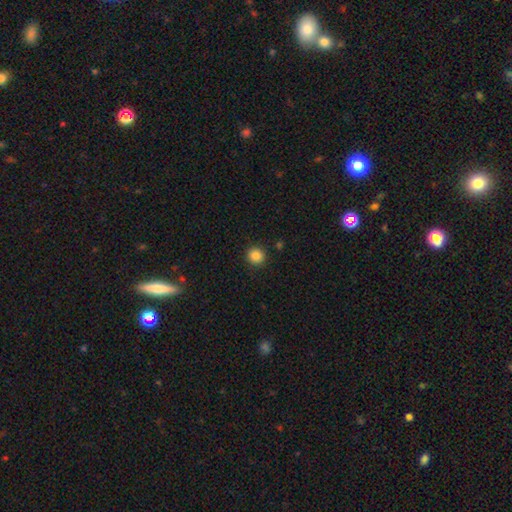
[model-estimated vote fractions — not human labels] A smooth galaxy with no disk features (86%) that is round (90%).

Vote fractions:
- Smooth or featured? smooth: 86% / star or artifact: 10% / featured or disk: 3%
- How rounded? round: 90% / in between: 9% / cigar-shaped: 1%
- Merging? none: 91% / minor disturbance: 6% / major disturbance: 2% / merger: 2%